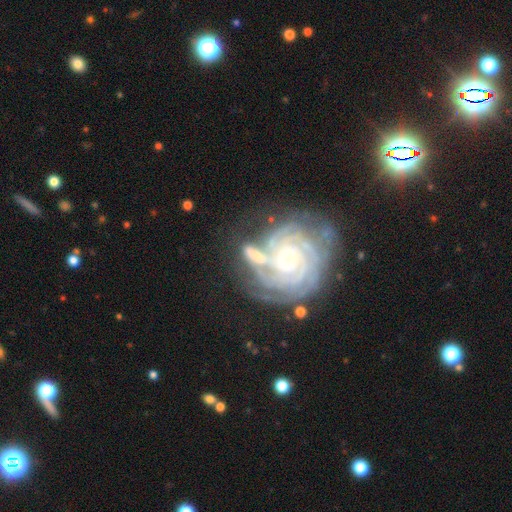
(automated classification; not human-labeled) A featured or disk galaxy (81%) with no bar (71%), 3 (23%, tied with can't tell) tight (78%) spiral arms (96%) and a small central bulge (57%). Merging: none (41%).